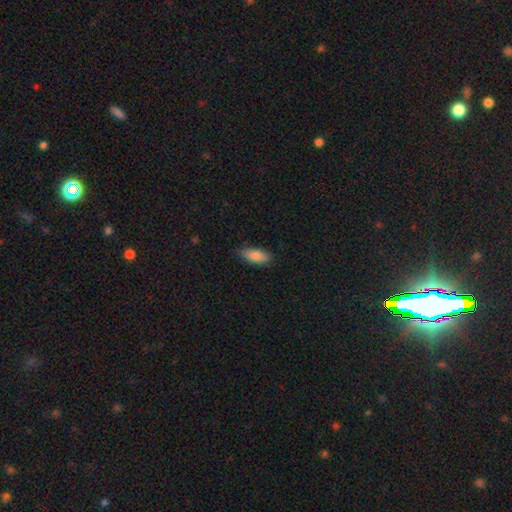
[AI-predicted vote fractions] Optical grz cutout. It shows a smooth galaxy with no disk features (83%) that is in between round and cigar-shaped (84%). Merging: none (82%).